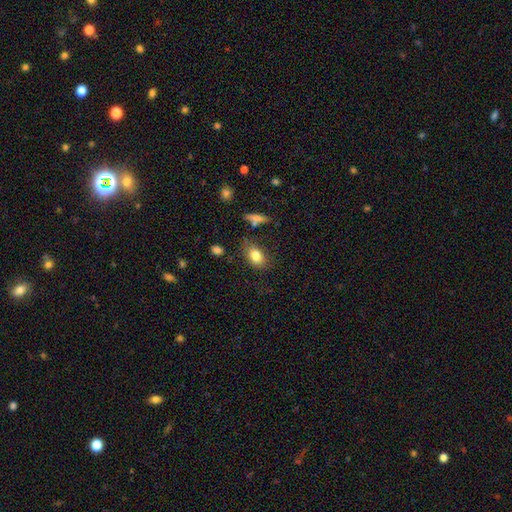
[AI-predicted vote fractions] The model was most divided on "merging": none: 72%, minor disturbance: 18%, major disturbance: 6%, merger: 4%. More confident: how rounded — in between (82%); smooth or featured — smooth (81%).